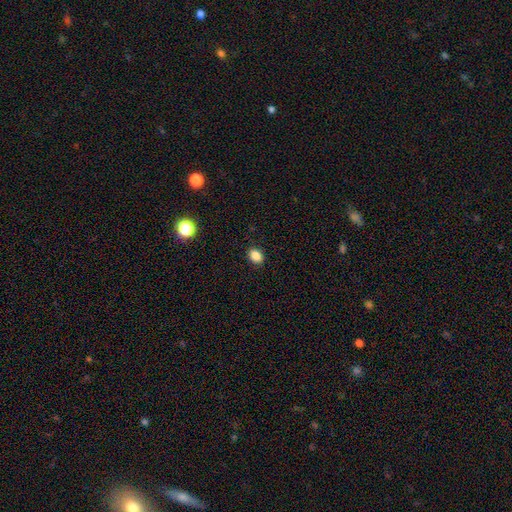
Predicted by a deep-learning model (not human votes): Morphology: type=smooth (86%); roundness=in between (60%); merging=none (89%).